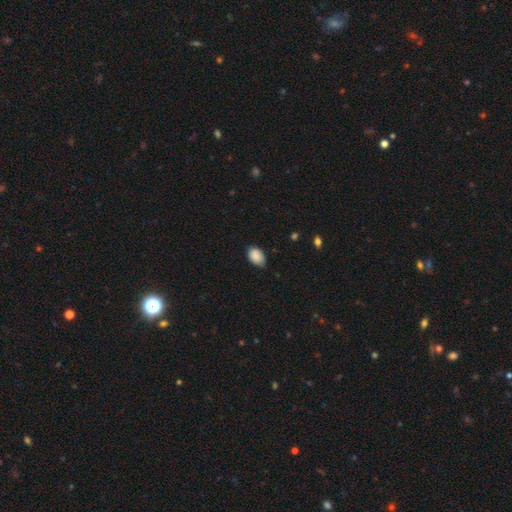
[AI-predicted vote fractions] Smooth or featured?
  - smooth: 88% *
  - star or artifact: 7%
  - featured or disk: 5%
How rounded?
  - in between: 86% *
  - round: 13%
  - cigar-shaped: 1%
Merging?
  - none: 69% *
  - minor disturbance: 26%
  - major disturbance: 3%
  - merger: 1%